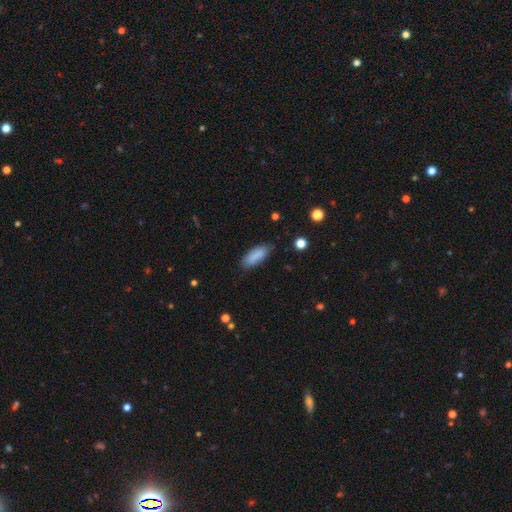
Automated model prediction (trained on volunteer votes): A smooth galaxy with no disk features (86%) that is in between round and cigar-shaped (73%).

Vote fractions:
- Smooth or featured? smooth: 86% / featured or disk: 7% / star or artifact: 7%
- How rounded? in between: 73% / cigar-shaped: 25% / round: 2%
- Merging? none: 76% / minor disturbance: 18% / major disturbance: 4% / merger: 2%